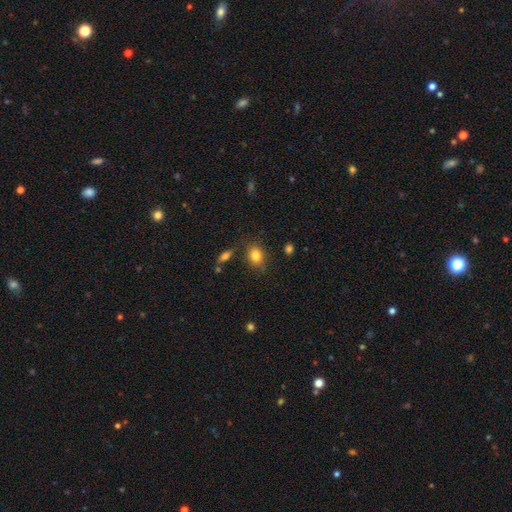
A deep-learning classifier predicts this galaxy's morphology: smooth_or_featured: smooth (p=0.83) [alt: star or artifact p=0.10]
how_rounded: in between (p=0.58) [alt: round p=0.40]
merging: none (p=0.81) [alt: minor disturbance p=0.12]